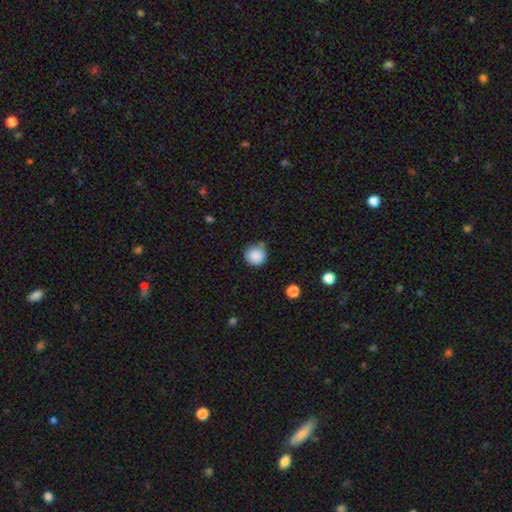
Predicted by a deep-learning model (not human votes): Smooth or featured?
  - smooth: 87% *
  - star or artifact: 9%
  - featured or disk: 4%
How rounded?
  - round: 93% *
  - in between: 6%
  - cigar-shaped: 1%
Merging?
  - none: 68% *
  - minor disturbance: 23%
  - merger: 5%
  - major disturbance: 5%